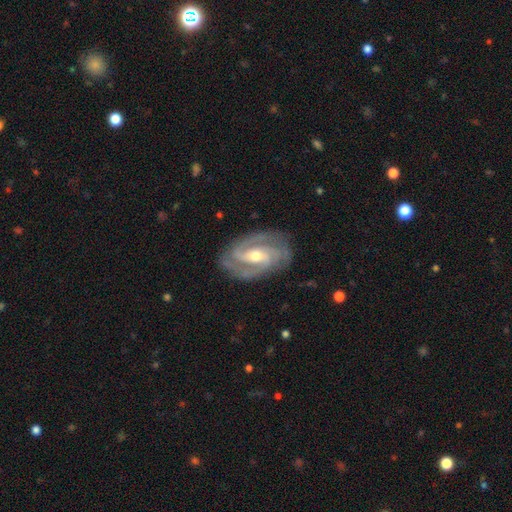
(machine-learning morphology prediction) A featured or disk galaxy (91%) with a weak bar (42%), 3 (43%) tight (50%) spiral arms (98%) and a moderate central bulge (61%).

Vote fractions:
- Smooth or featured? featured or disk: 91% / smooth: 5% / star or artifact: 4%
- Edge-on disk? no: 97% / yes: 3%
- Bar? weak: 42% / no: 32% / strong: 26%
- Spiral arms? yes: 98% / no: 2%
- Spiral winding? tight: 50% / medium: 42% / loose: 8%
- Spiral arm count? 3: 43% / 2: 34% / can't tell: 9% / 4: 6% / 1: 4% / more than 4: 4%
- Bulge size? moderate: 61% / small: 35% / large: 2% / none: 1% / dominant: 1%
- Merging? none: 81% / minor disturbance: 14% / major disturbance: 4% / merger: 1%